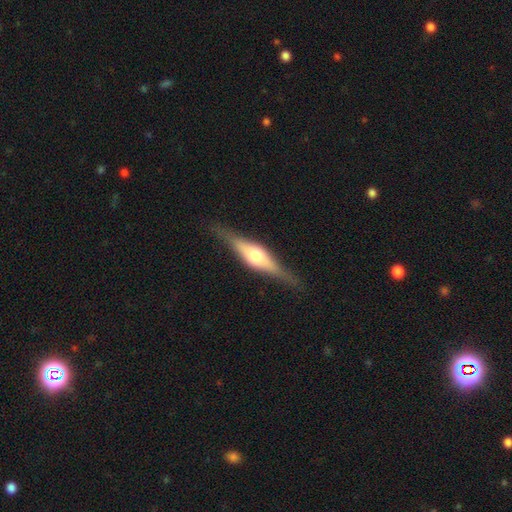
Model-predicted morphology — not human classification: type=featured or disk (71%); edge-on=yes (95%); edge-on bulge=rounded (87%); merging=none (85%).